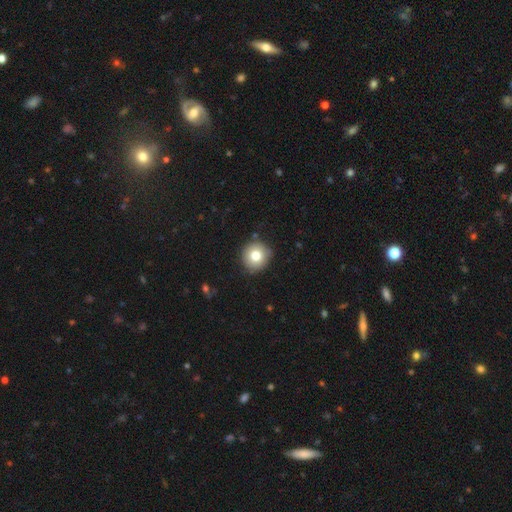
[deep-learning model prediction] Smooth or featured? smooth (77%)
How rounded? round (93%)
Merging? none (88%)